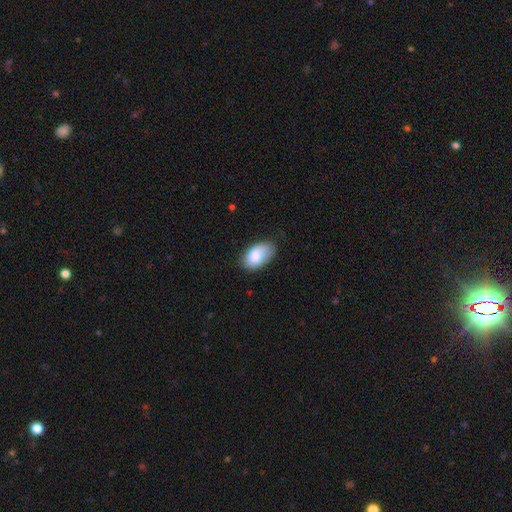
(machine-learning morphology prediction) This appears to be a smooth galaxy with no disk features (81%) that is in between round and cigar-shaped (93%). Merging: none (66%).